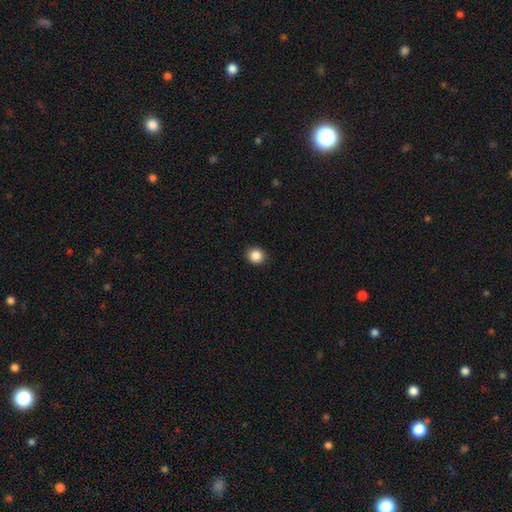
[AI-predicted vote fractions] Morphology: type=smooth (87%); roundness=round (88%); merging=none (92%).